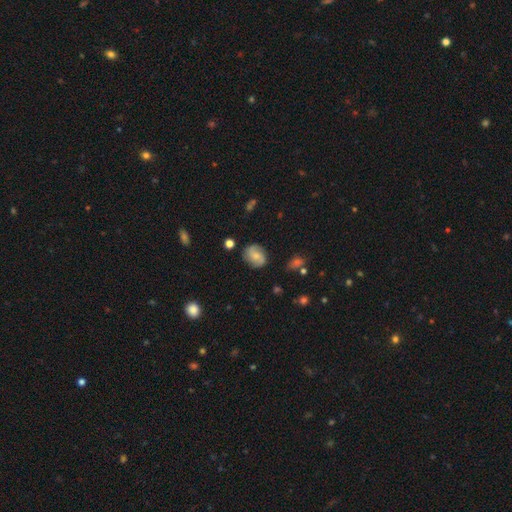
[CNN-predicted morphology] smooth_or_featured: smooth (p=0.49) [alt: featured or disk p=0.42]
merging: none (p=0.76) [alt: minor disturbance p=0.17]